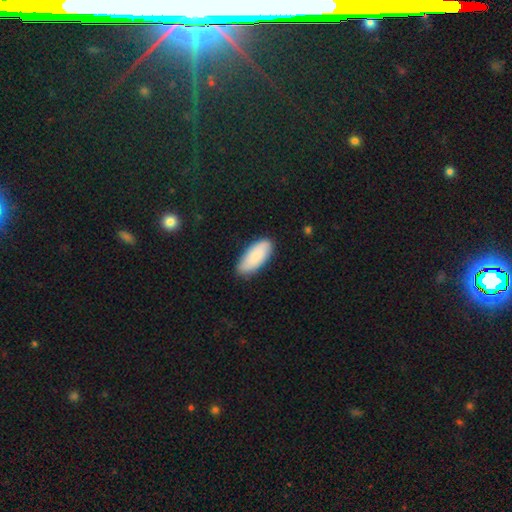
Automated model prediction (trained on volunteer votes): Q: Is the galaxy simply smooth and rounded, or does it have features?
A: smooth — 85%.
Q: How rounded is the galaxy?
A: in between — 85%.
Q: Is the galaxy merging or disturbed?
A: none — 84%.